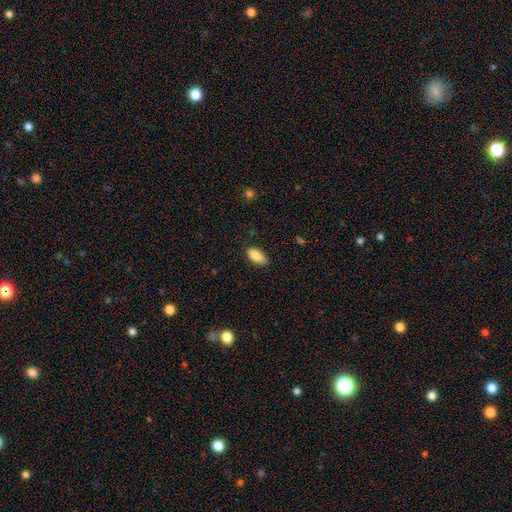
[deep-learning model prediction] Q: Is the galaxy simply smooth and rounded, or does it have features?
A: smooth — 85%.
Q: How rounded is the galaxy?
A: in between — 89%.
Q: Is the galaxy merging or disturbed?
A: none — 83%.